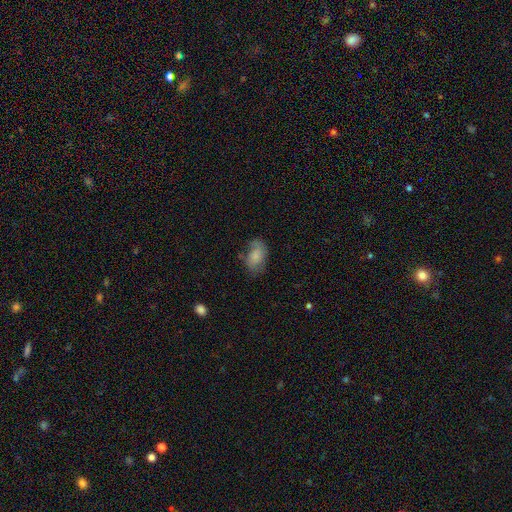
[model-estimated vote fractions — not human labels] Morphology: type=smooth (65%); roundness=in between (89%); merging=none (57%).